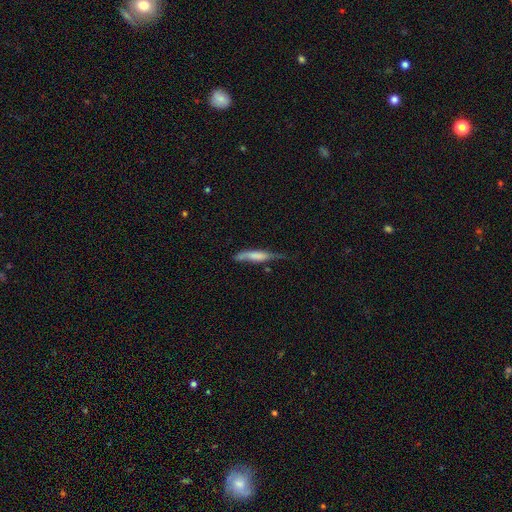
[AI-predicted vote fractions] smooth 60%, featured or disk 34%, star or artifact 6%. Down the decision tree: how rounded — cigar-shaped (79%); merging — none (40%).